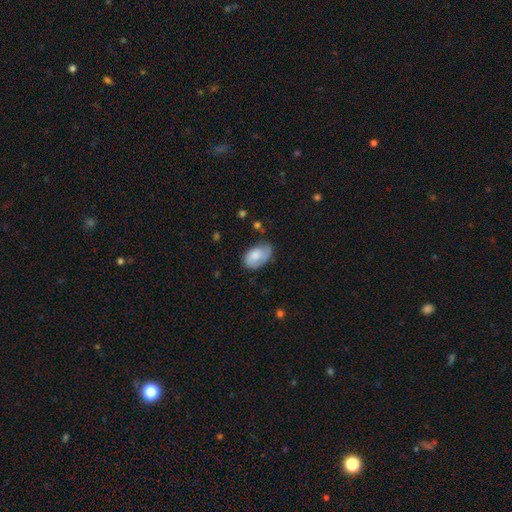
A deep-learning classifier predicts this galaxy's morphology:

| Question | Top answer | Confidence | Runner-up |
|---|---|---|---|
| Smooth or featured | smooth | 77% | featured or disk (17%) |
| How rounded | in between | 92% | round (7%) |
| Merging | none | 57% | minor disturbance (31%) |